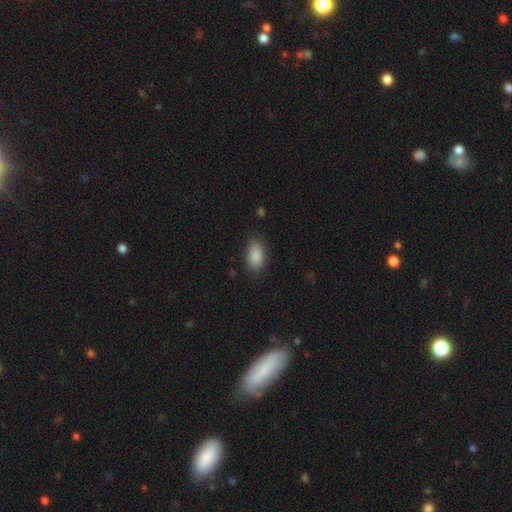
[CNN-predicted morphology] A smooth galaxy with no disk features (88%) that is in between round and cigar-shaped (91%).

Vote fractions:
- Smooth or featured? smooth: 88% / star or artifact: 7% / featured or disk: 4%
- How rounded? in between: 91% / round: 6% / cigar-shaped: 3%
- Merging? none: 78% / minor disturbance: 17% / major disturbance: 4% / merger: 1%